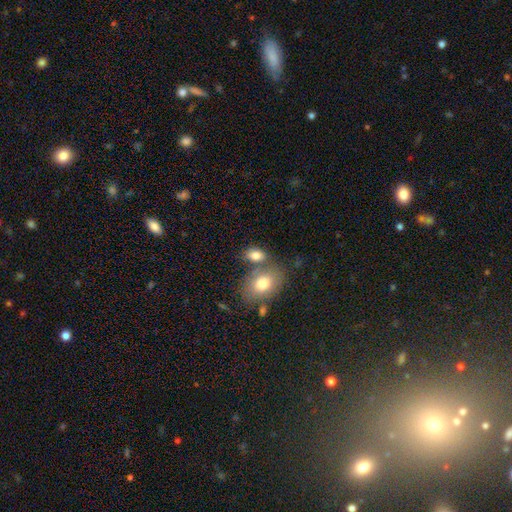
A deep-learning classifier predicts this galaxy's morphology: The model was most divided on "merging": none: 51%, merger: 31%, minor disturbance: 13%, major disturbance: 5%. More confident: how rounded — in between (82%); smooth or featured — smooth (78%).